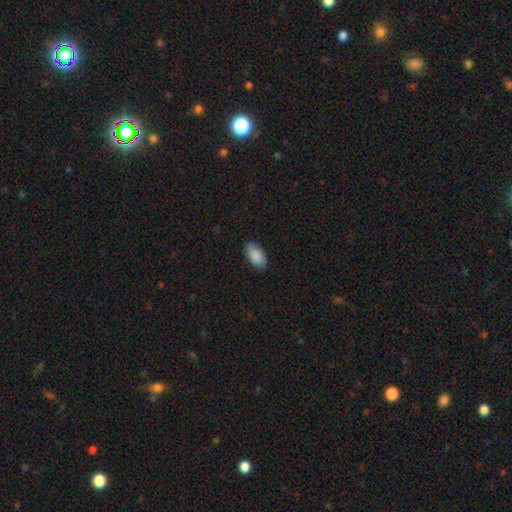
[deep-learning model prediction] Overall: smooth (89%). How rounded: in between (94%). Merging: none (86%).